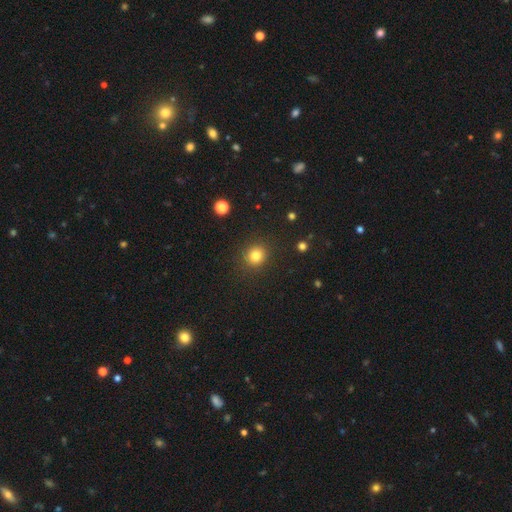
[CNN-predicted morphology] This is clearly a smooth galaxy (82%). How rounded: clearly round (86%). Merging: clearly none (90%).